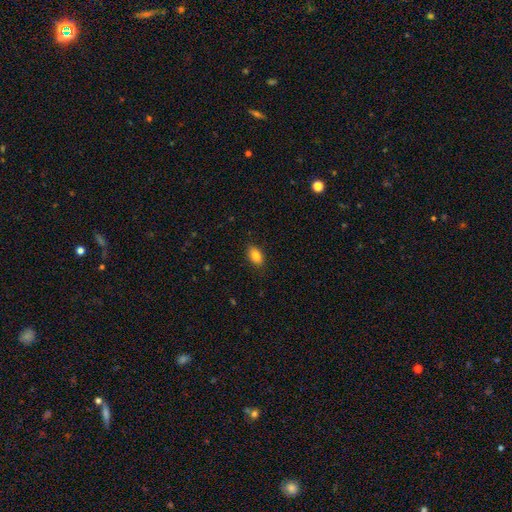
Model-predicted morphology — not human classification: Smooth or featured: smooth — 83% (featured or disk — 9%)
How rounded: in between — 88% (round — 10%)
Merging: none — 87% (minor disturbance — 10%)